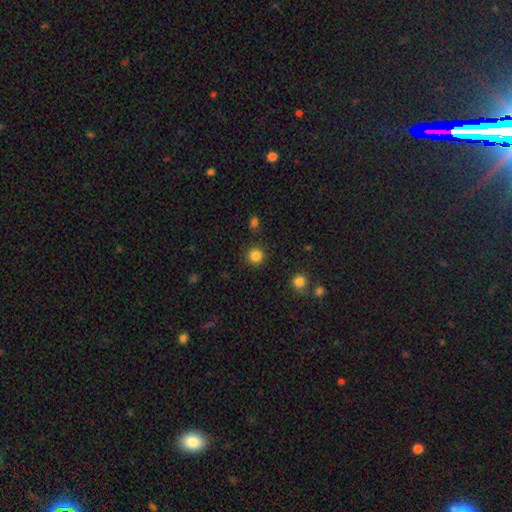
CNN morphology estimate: smooth_or_featured: smooth (p=0.85) [alt: star or artifact p=0.12]
how_rounded: round (p=0.94) [alt: in between p=0.05]
merging: none (p=0.89) [alt: minor disturbance p=0.06]